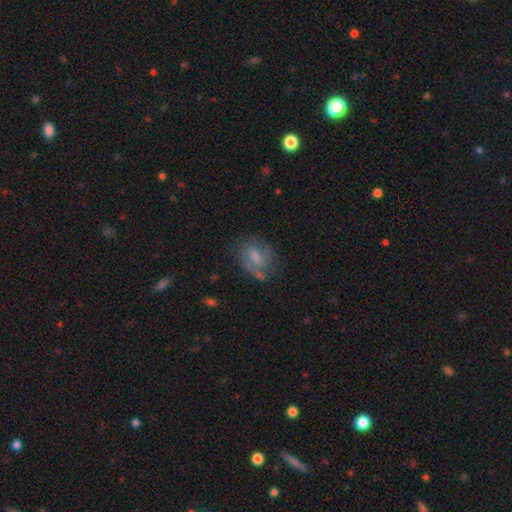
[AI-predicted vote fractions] smooth-or-featured: featured or disk: 62% | smooth: 28% | star or artifact: 10%
  disk-edge-on: no: 96% | yes: 4%
    bar: weak: 54% | no: 28% | strong: 18%
    has-spiral-arms: yes: 83% | no: 17%
    bulge-size: small: 38% | moderate: 37% | none: 19% | large: 5% | dominant: 1%
  merging: none: 60% | minor disturbance: 23% | major disturbance: 13% | merger: 4%